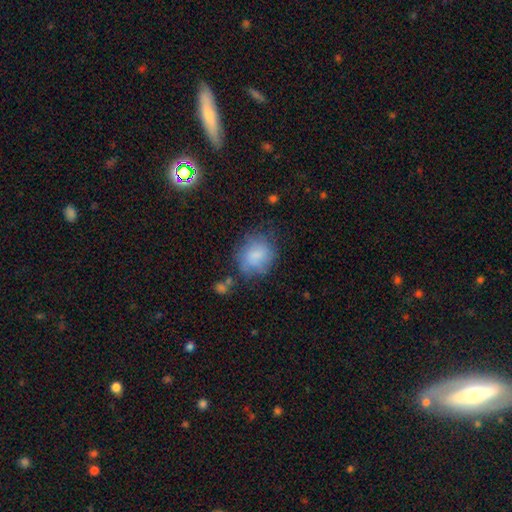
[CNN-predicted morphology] type=smooth (74%); roundness=round (65%); merging=none (61%).